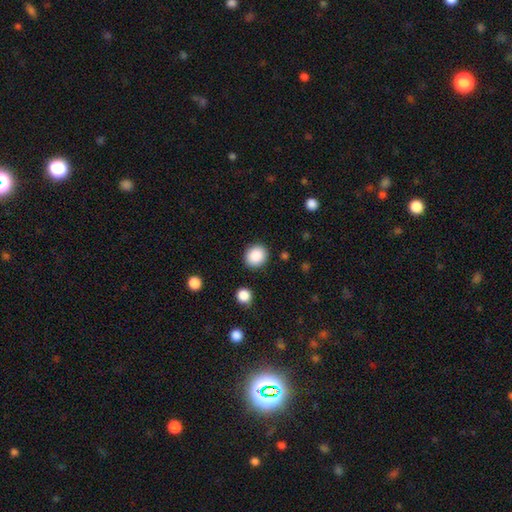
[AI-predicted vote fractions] A smooth galaxy with no disk features (88%) that is round (81%).

Vote fractions:
- Smooth or featured? smooth: 88% / star or artifact: 9% / featured or disk: 4%
- How rounded? round: 81% / in between: 18% / cigar-shaped: 1%
- Merging? none: 89% / minor disturbance: 7% / major disturbance: 2% / merger: 2%